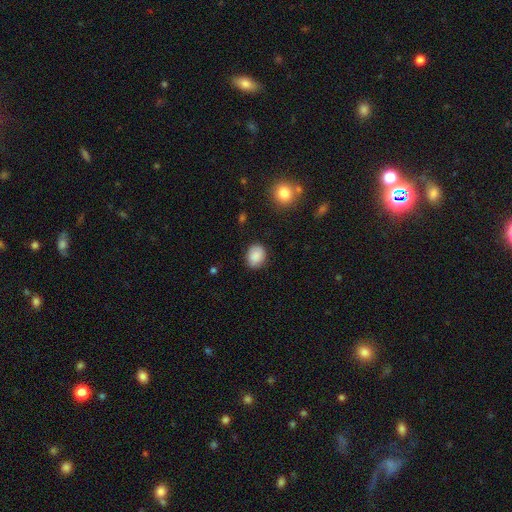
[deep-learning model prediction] A smooth galaxy with no disk features (87%) that is round (52%). Merging: none (83%).